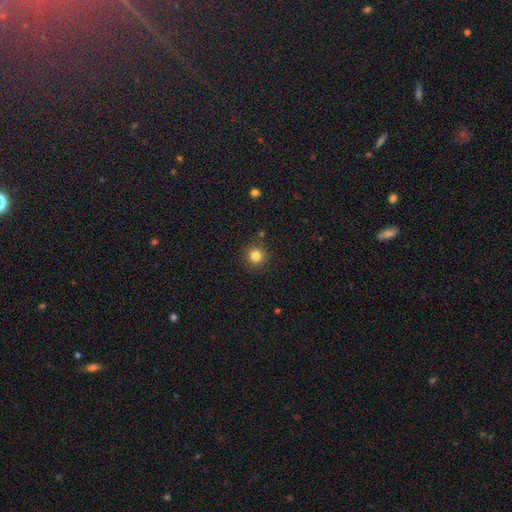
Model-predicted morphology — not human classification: Smooth or featured? Predicted: smooth (p=0.82). How rounded? Predicted: round (p=0.94). Merging? Predicted: none (p=0.88).